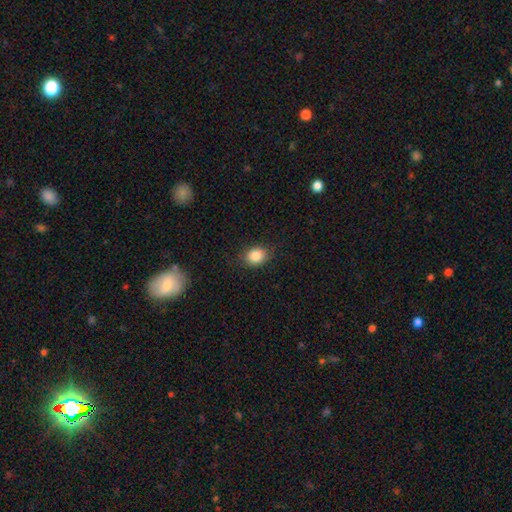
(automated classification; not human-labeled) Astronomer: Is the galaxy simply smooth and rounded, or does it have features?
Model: smooth — 85%.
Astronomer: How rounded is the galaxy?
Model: in between — 53% (runner-up: round, 46%).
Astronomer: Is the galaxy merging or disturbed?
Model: none — 83%.